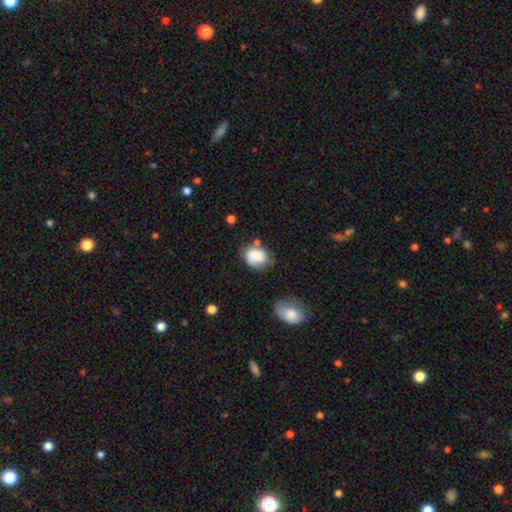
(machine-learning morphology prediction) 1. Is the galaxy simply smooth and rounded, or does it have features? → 76% smooth, 16% featured or disk, 8% star or artifact.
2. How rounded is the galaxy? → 54% in between, 45% round, 1% cigar-shaped.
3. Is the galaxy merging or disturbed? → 49% none, 29% minor disturbance, 12% major disturbance, 10% merger.